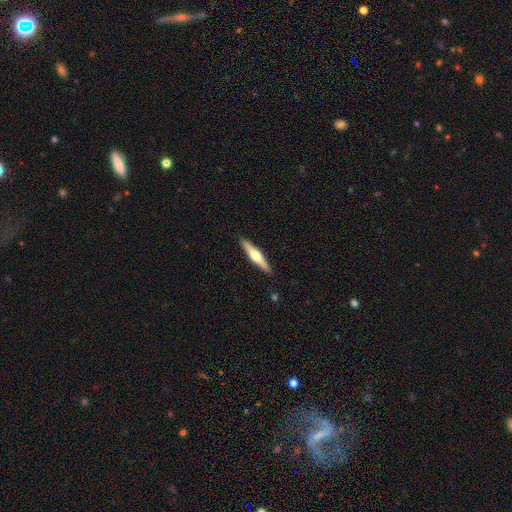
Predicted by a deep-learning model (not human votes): This is likely a featured or disk galaxy (63%). It is clearly viewed edge-on (97%). Edge-on bulge: clearly rounded (94%). Merging: clearly none (91%).